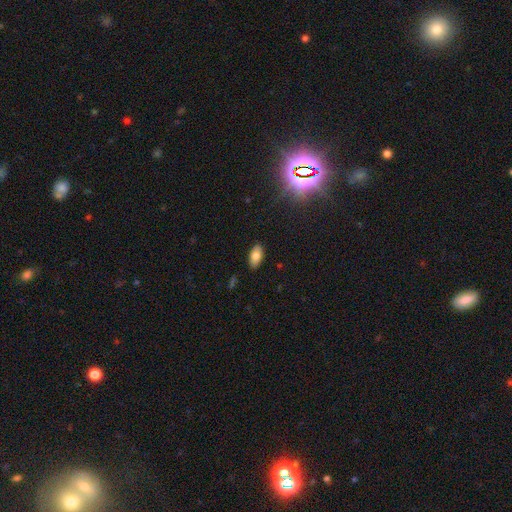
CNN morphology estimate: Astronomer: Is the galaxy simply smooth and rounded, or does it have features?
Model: smooth — 80%.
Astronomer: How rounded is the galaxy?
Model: in between — 92%.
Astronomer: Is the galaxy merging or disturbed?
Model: none — 88%.